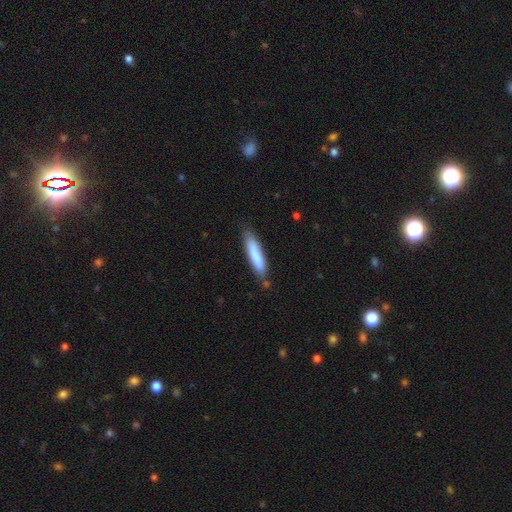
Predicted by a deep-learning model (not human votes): Smooth or featured: smooth — 81% (featured or disk — 13%)
How rounded: cigar-shaped — 83% (in between — 16%)
Merging: none — 77% (minor disturbance — 16%)